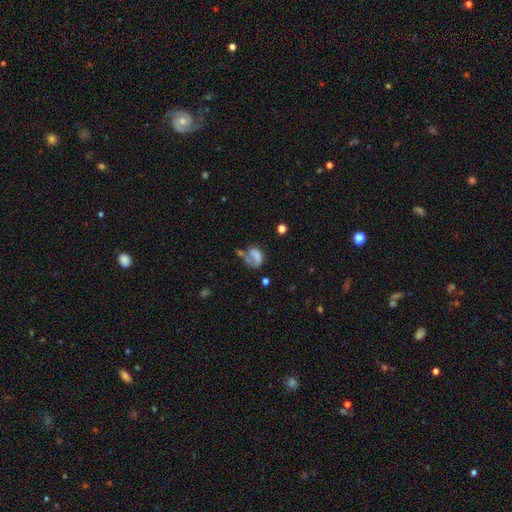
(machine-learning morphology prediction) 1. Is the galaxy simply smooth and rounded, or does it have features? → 49% smooth, 38% featured or disk, 12% star or artifact.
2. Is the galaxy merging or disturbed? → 39% major disturbance, 23% none, 20% merger, 18% minor disturbance.